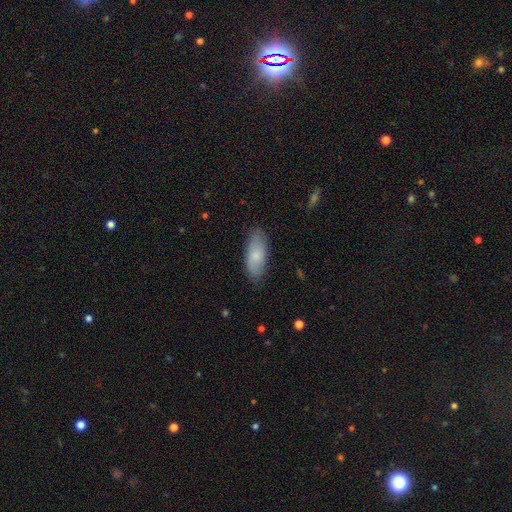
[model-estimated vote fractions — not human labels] This appears to be a smooth galaxy with no disk features (78%) that is in between round and cigar-shaped (82%). Merging: none (81%).